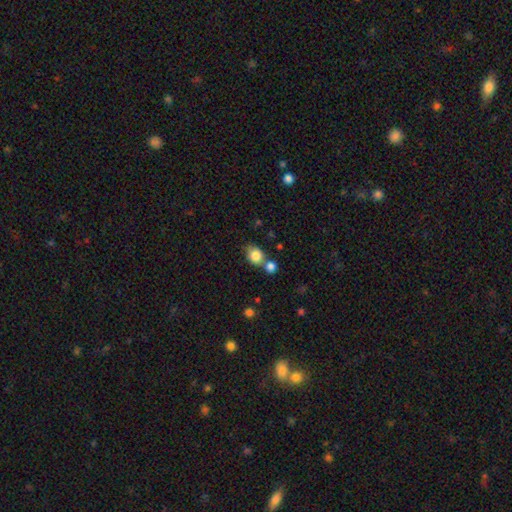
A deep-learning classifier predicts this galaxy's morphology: Q: Smooth or featured?
A: smooth (84%); runner-up: star or artifact (9%)
Q: How rounded?
A: round (56%); runner-up: in between (43%)
Q: Merging?
A: none (51%); runner-up: merger (32%)